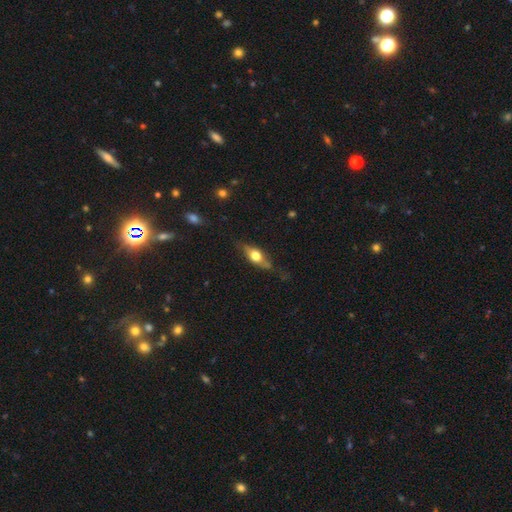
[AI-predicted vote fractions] featured or disk 47%, smooth 46%, star or artifact 7%. Down the decision tree: merging — none (70%).